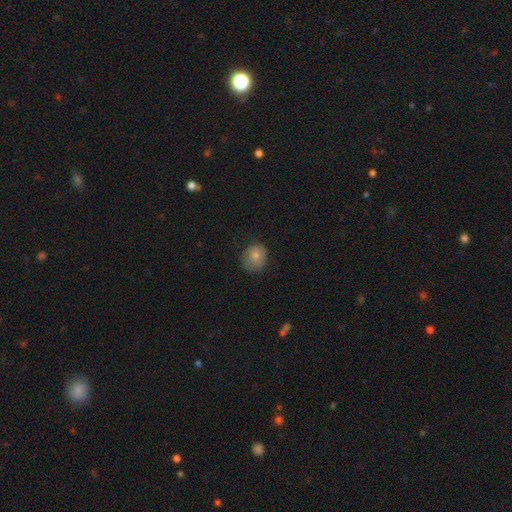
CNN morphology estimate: Smooth or featured? smooth (71%)
How rounded? round (74%)
Merging? none (69%)